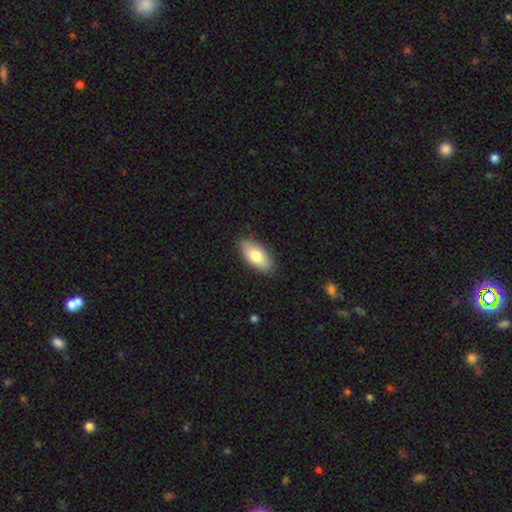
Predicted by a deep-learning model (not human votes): Overall: smooth (77%). How rounded: in between (91%). Merging: none (86%).